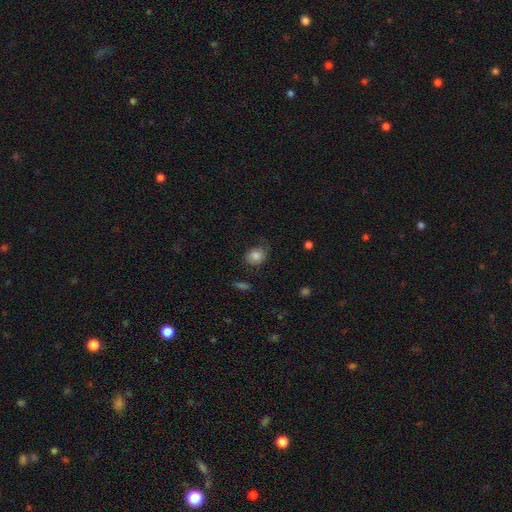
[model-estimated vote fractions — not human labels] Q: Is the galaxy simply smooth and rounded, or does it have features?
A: smooth — 80%.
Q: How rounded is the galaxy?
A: round — 53%.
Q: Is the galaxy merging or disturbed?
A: none — 64%.